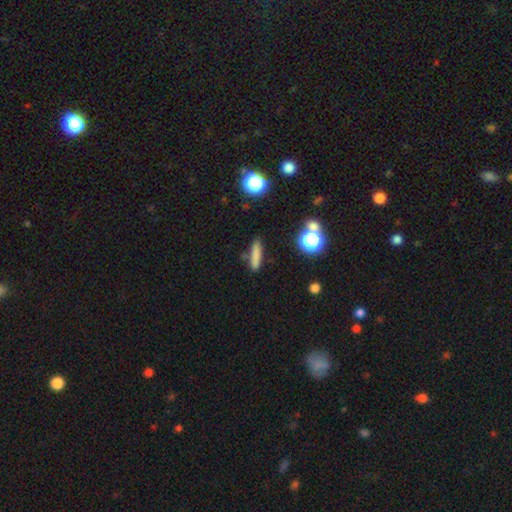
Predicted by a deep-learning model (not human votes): smooth-or-featured: smooth: 77% | star or artifact: 12% | featured or disk: 11%
  how-rounded: cigar-shaped: 81% | in between: 14% | round: 4%
  merging: none: 82% | minor disturbance: 11% | merger: 4% | major disturbance: 3%